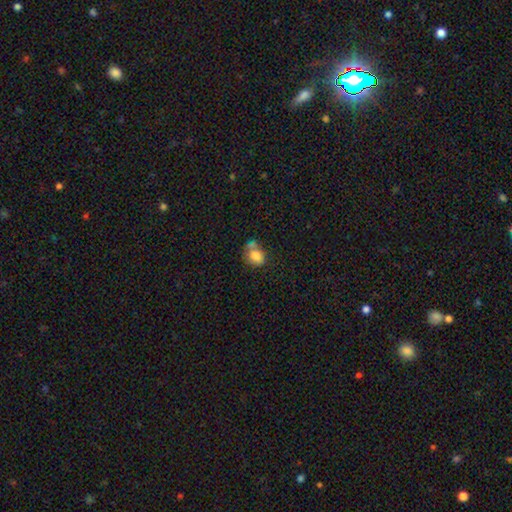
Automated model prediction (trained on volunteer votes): This is clearly a smooth galaxy (80%). How rounded: possibly in between (55%). Merging: marginally none (41%).